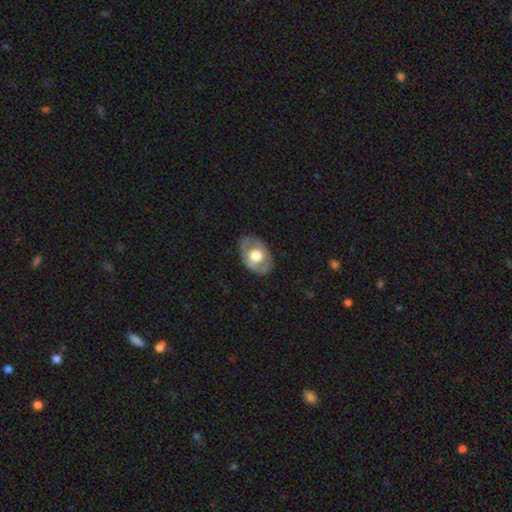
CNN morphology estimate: Smooth or featured: featured or disk — 49% (smooth — 45%)
Merging: none — 79% (minor disturbance — 15%)